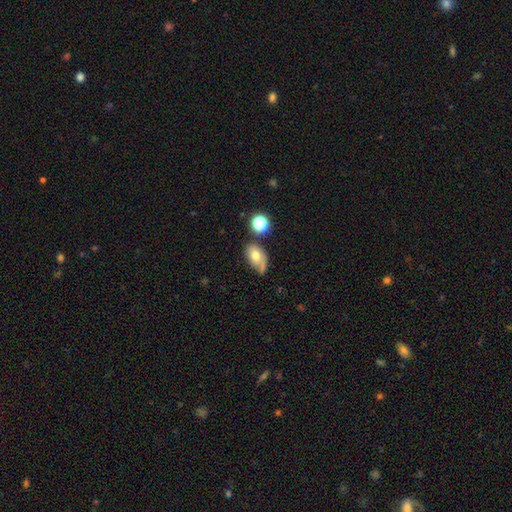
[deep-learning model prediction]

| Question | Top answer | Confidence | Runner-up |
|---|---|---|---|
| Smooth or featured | smooth | 62% | featured or disk (26%) |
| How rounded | in between | 82% | round (16%) |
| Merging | none | 39% | minor disturbance (28%) |